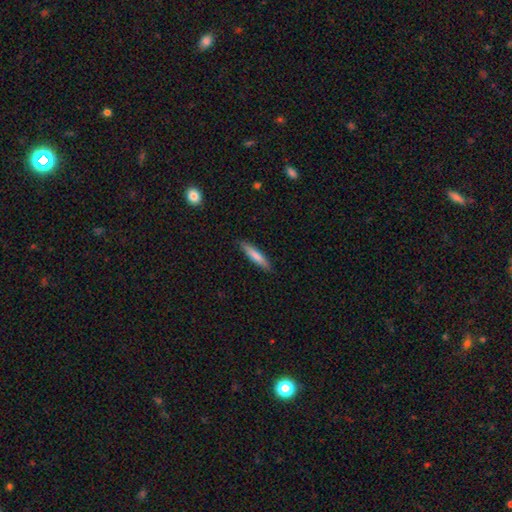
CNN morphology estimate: type=smooth (76%); roundness=cigar-shaped (89%); merging=none (88%).